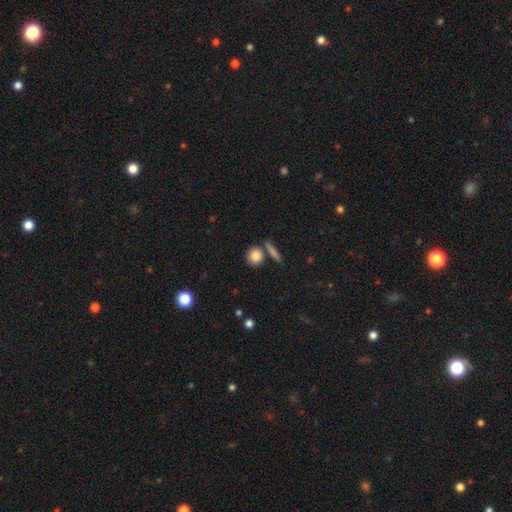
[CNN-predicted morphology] This appears to be a smooth galaxy with no disk features (84%) that is round (78%). Merging: none (71%).